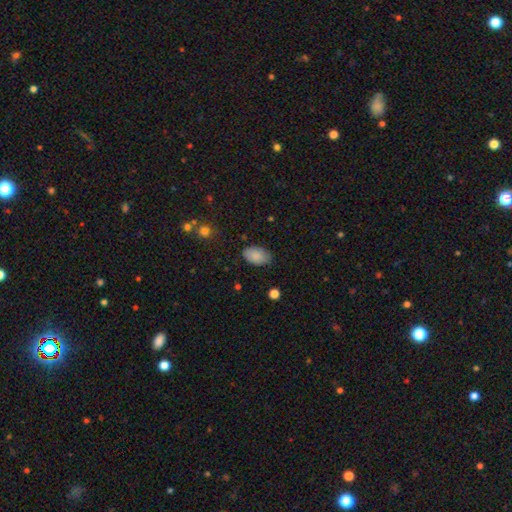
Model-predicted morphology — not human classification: smooth_or_featured: smooth (p=0.87) [alt: star or artifact p=0.07]
how_rounded: in between (p=0.92) [alt: round p=0.07]
merging: none (p=0.82) [alt: minor disturbance p=0.14]